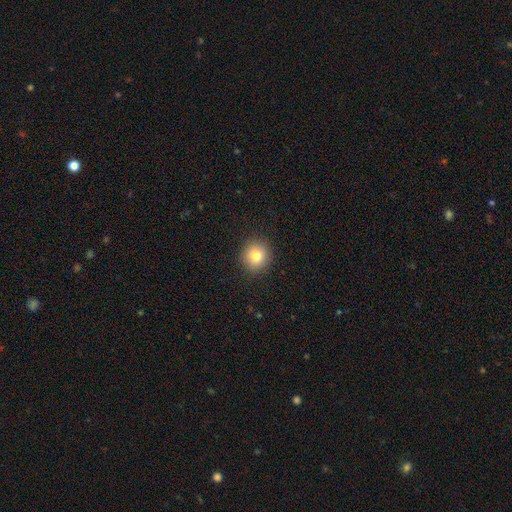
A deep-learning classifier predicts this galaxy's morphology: smooth-or-featured: smooth: 79% | star or artifact: 11% | featured or disk: 10%
  how-rounded: round: 90% | in between: 9% | cigar-shaped: 1%
  merging: none: 90% | minor disturbance: 6% | major disturbance: 2% | merger: 1%